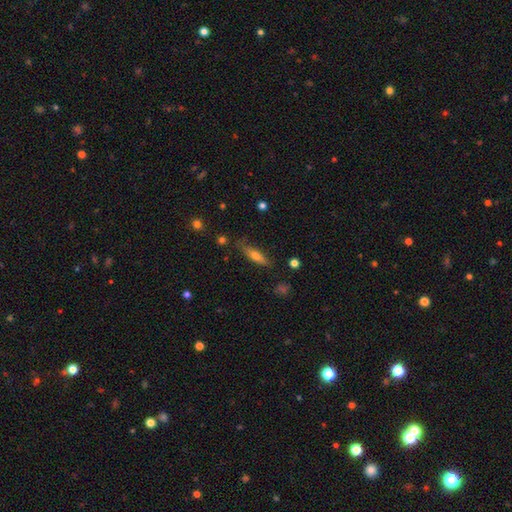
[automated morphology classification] type=smooth (56%); roundness=cigar-shaped (69%); merging=none (75%).